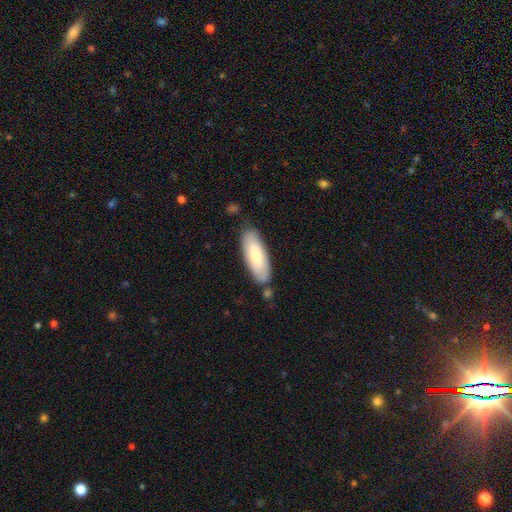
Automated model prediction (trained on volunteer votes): This is likely a smooth galaxy (67%). How rounded: likely in between (69%). Merging: likely none (79%).